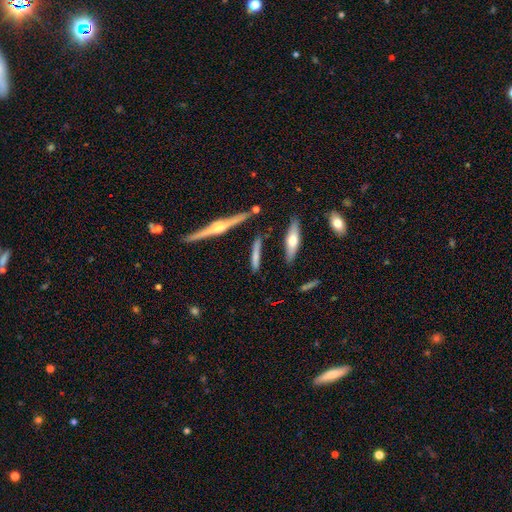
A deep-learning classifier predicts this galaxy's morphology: smooth_or_featured: smooth (p=0.46) [alt: featured or disk p=0.45]
merging: none (p=0.78) [alt: minor disturbance p=0.14]